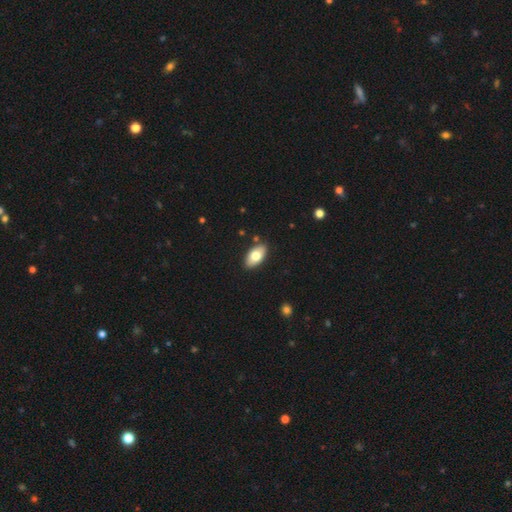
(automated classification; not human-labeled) The model was most divided on "smooth or featured": smooth: 75%, featured or disk: 18%, star or artifact: 6%. More confident: how rounded — in between (94%); merging — none (87%).